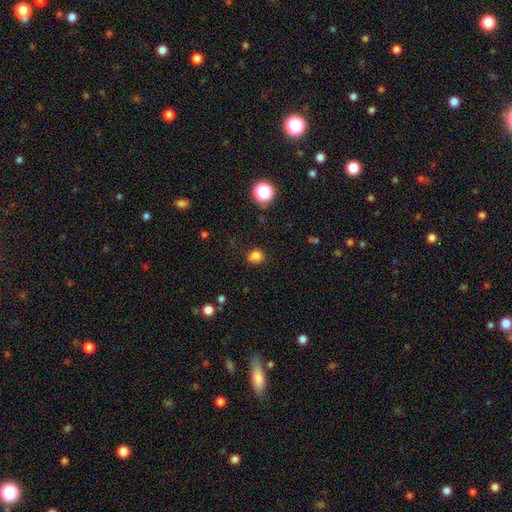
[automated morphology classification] type=smooth (81%); roundness=round (56%); merging=none (78%).